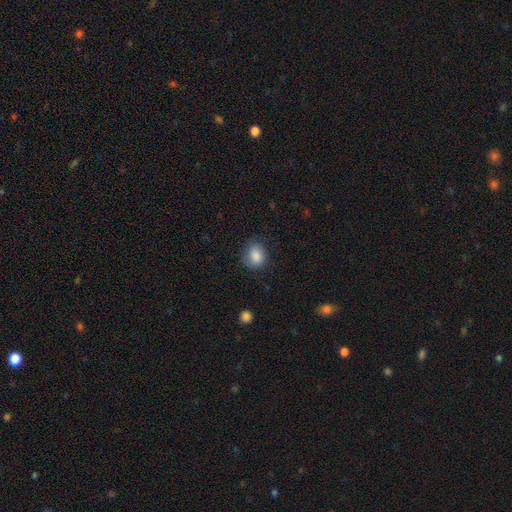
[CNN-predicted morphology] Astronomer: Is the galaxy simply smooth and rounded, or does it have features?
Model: smooth — 86%.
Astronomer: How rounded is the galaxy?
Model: round — 57% (runner-up: in between, 42%).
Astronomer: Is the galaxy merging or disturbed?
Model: none — 71%.